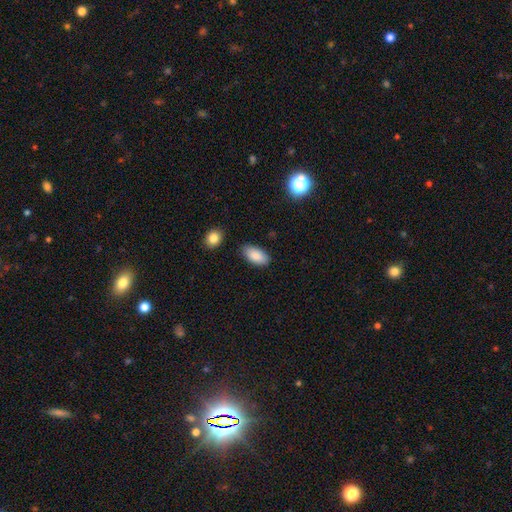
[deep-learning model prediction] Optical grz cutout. It shows a smooth galaxy with no disk features (87%) that is in between round and cigar-shaped (93%). Merging: none (84%).